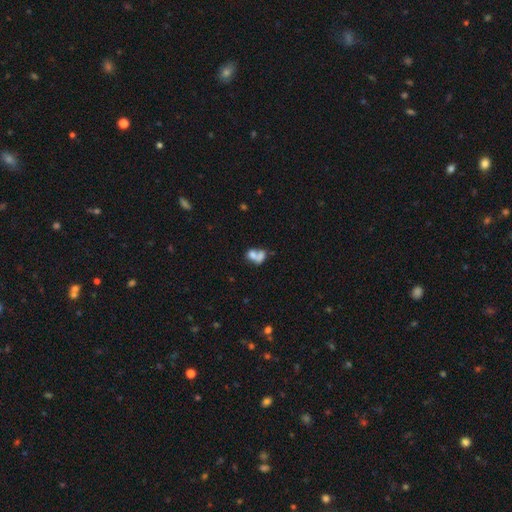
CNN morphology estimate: Smooth or featured?
  - smooth: 69% *
  - featured or disk: 21%
  - star or artifact: 11%
How rounded?
  - in between: 67% *
  - round: 30%
  - cigar-shaped: 2%
Merging?
  - merger: 67% *
  - none: 19%
  - minor disturbance: 7%
  - major disturbance: 7%